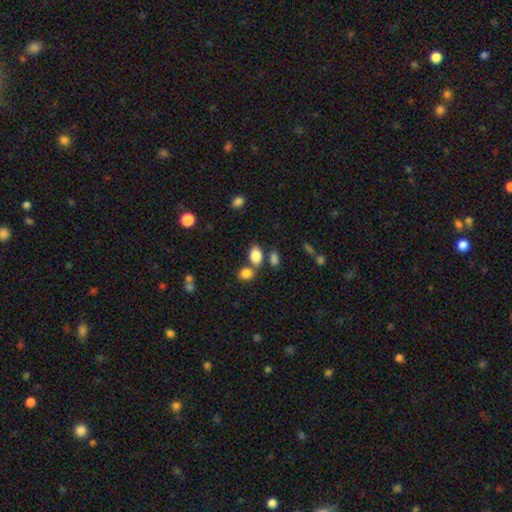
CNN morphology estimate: type=smooth (84%); roundness=in between (80%); merging=none (60%).